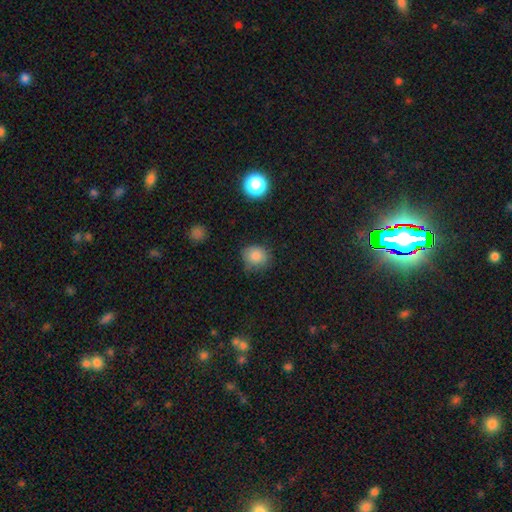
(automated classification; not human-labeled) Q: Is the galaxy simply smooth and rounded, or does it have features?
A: smooth — 83%.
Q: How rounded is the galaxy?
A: round — 75%.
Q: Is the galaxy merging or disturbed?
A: none — 74%.